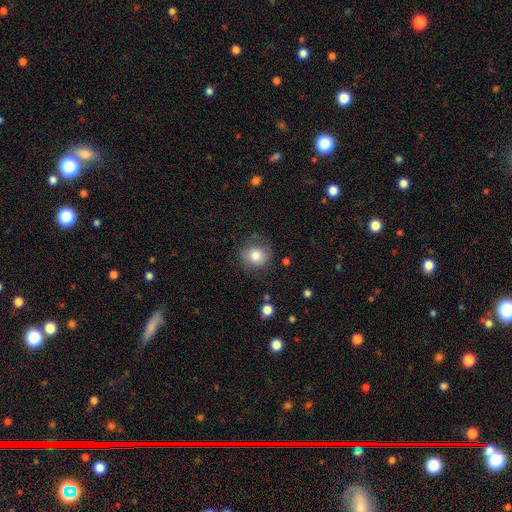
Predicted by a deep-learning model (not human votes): This is likely a smooth galaxy (76%). How rounded: clearly round (85%). Merging: likely none (73%).